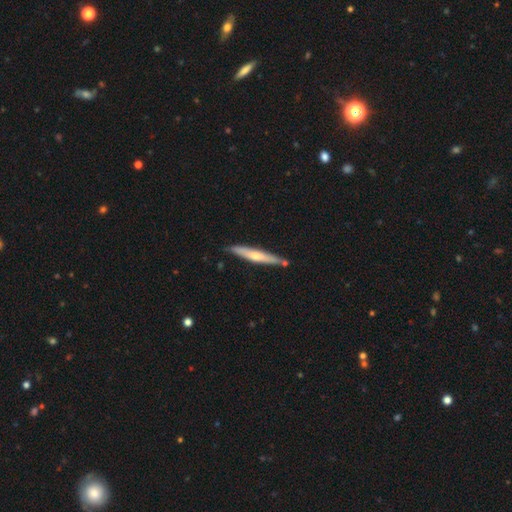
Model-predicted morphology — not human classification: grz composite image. It shows a featured or disk galaxy (49%). Merging: none (79%).